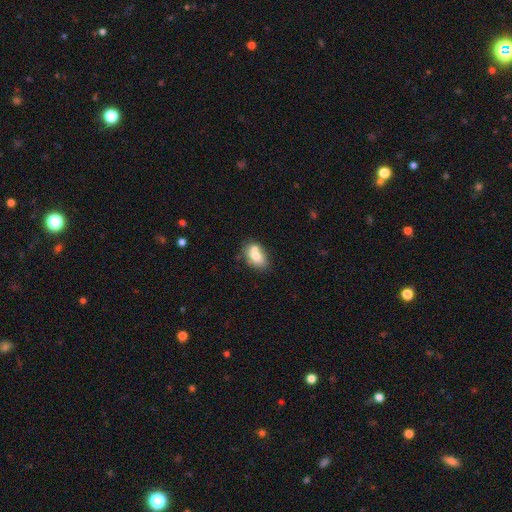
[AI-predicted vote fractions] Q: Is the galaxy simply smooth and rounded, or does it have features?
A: smooth — 69%.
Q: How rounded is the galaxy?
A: in between — 82%.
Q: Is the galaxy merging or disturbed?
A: none — 46%.